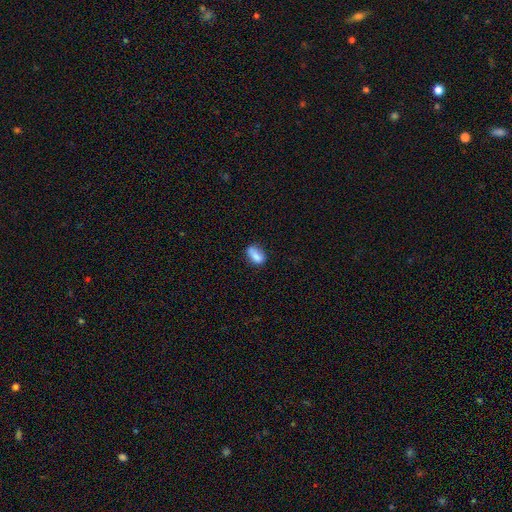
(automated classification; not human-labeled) Q: Smooth or featured?
A: smooth (83%); runner-up: featured or disk (9%)
Q: How rounded?
A: in between (83%); runner-up: round (9%)
Q: Merging?
A: none (61%); runner-up: minor disturbance (26%)